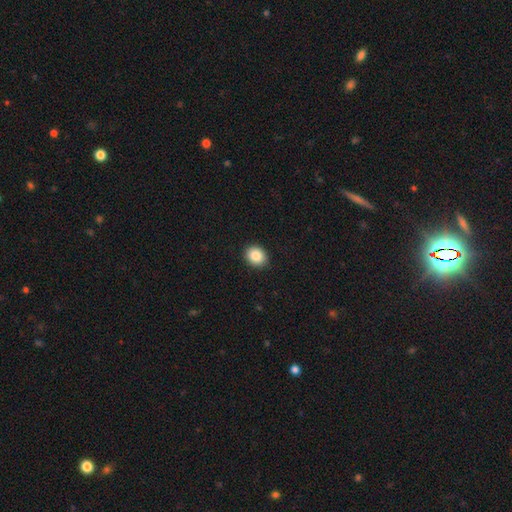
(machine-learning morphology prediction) smooth_or_featured: smooth (p=0.86) [alt: star or artifact p=0.09]
how_rounded: round (p=0.66) [alt: in between p=0.33]
merging: none (p=0.91) [alt: minor disturbance p=0.07]